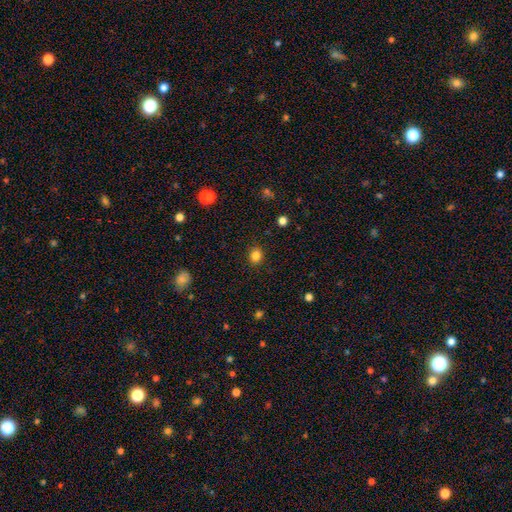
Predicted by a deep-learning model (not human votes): smooth-or-featured: smooth: 84% | star or artifact: 12% | featured or disk: 5%
  how-rounded: round: 69% | in between: 30% | cigar-shaped: 1%
  merging: none: 89% | minor disturbance: 7% | major disturbance: 2% | merger: 1%